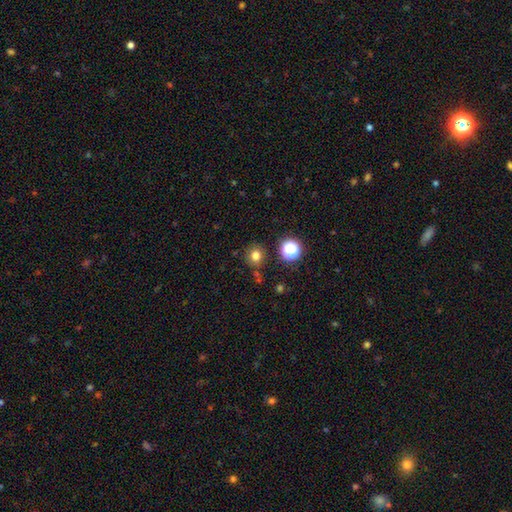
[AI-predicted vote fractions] This appears to be a smooth galaxy with no disk features (77%) that is round (87%). Merging: none (82%).